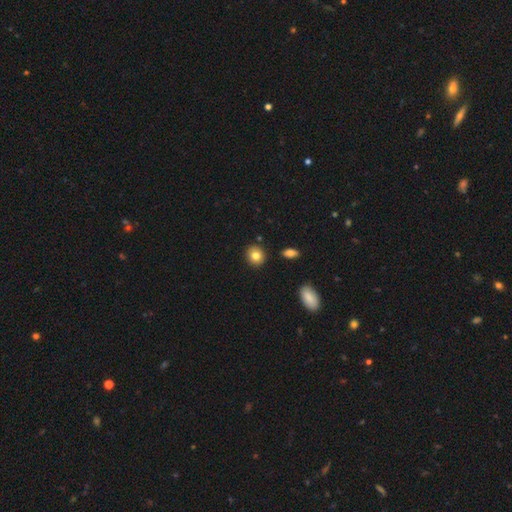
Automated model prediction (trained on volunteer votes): Smooth or featured? Predicted: smooth (p=0.82). How rounded? Predicted: round (p=0.80). Merging? Predicted: none (p=0.88).